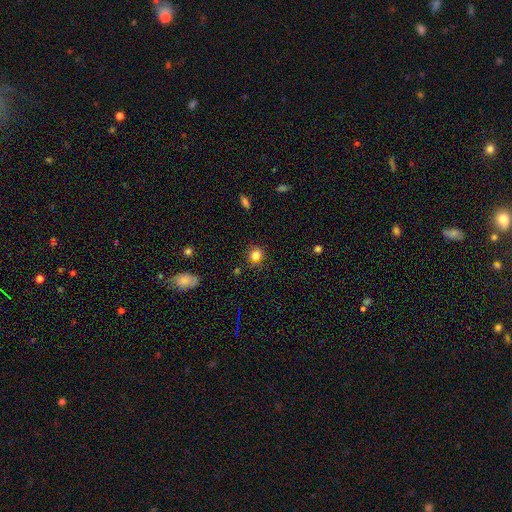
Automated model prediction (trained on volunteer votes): Smooth or featured?
  - smooth: 80% *
  - star or artifact: 14%
  - featured or disk: 5%
How rounded?
  - round: 85% *
  - in between: 13%
  - cigar-shaped: 1%
Merging?
  - none: 83% *
  - minor disturbance: 12%
  - major disturbance: 3%
  - merger: 2%